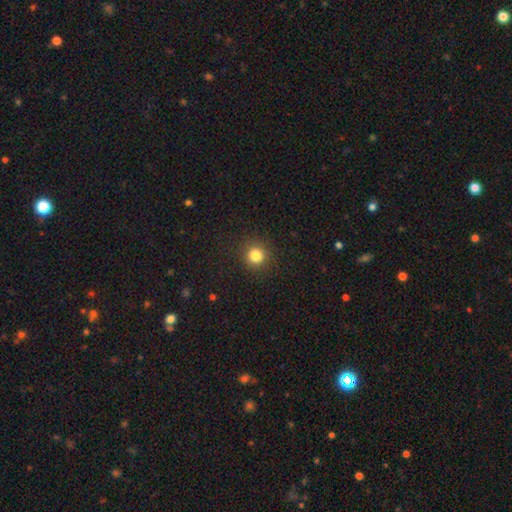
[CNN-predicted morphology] Q: Smooth or featured?
A: smooth (82%); runner-up: star or artifact (12%)
Q: How rounded?
A: round (92%); runner-up: in between (8%)
Q: Merging?
A: none (90%); runner-up: minor disturbance (7%)